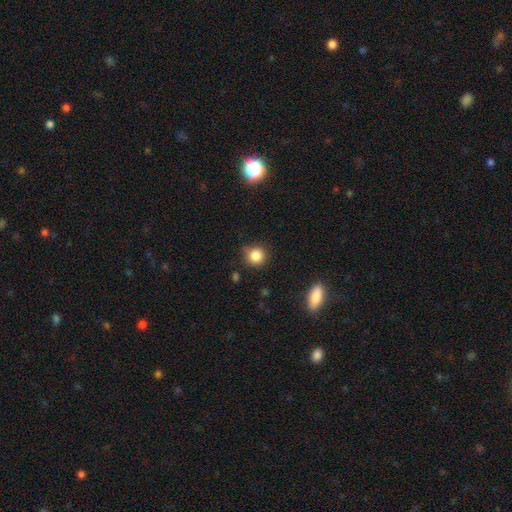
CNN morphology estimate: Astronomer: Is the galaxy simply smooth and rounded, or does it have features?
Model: smooth — 84%.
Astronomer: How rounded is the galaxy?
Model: round — 90%.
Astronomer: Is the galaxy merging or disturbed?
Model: none — 77%.